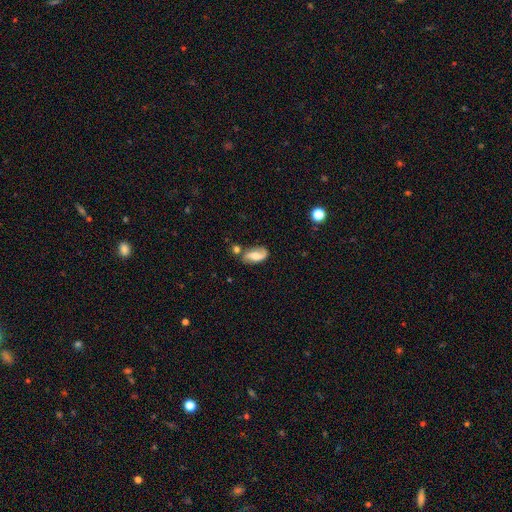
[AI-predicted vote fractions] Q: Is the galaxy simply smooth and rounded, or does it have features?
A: featured or disk — 57%.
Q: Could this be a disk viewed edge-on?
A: no — 94%.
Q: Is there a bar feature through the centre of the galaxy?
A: no — 51%.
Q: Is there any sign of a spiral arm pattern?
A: yes — 90%.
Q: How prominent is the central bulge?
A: moderate — 40%.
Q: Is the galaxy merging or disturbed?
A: none — 56%.